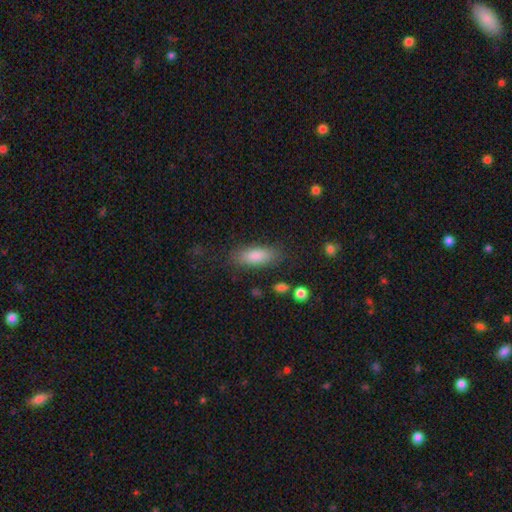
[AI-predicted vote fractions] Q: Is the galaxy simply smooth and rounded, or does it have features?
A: smooth — 81%.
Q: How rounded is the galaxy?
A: in between — 71%.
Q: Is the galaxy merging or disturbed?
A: none — 82%.